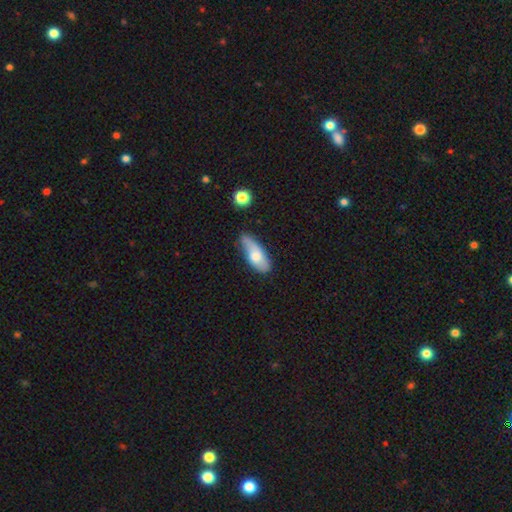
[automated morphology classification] type=smooth (67%); roundness=in between (75%); merging=none (45%).